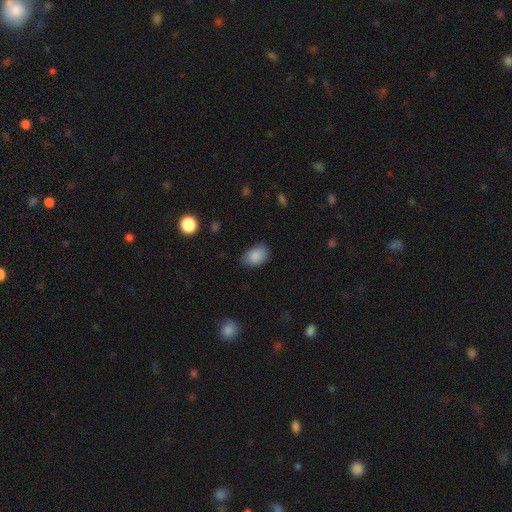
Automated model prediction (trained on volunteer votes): Smooth or featured?
  - smooth: 88% *
  - star or artifact: 8%
  - featured or disk: 4%
How rounded?
  - in between: 86% *
  - round: 13%
  - cigar-shaped: 1%
Merging?
  - none: 79% *
  - minor disturbance: 17%
  - major disturbance: 4%
  - merger: 1%